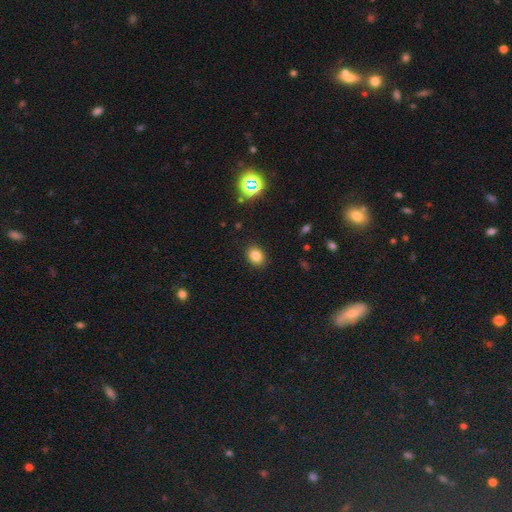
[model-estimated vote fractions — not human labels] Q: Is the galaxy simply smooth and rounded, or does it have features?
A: smooth — 81%.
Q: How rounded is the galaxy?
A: in between — 55%.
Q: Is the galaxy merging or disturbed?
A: none — 88%.